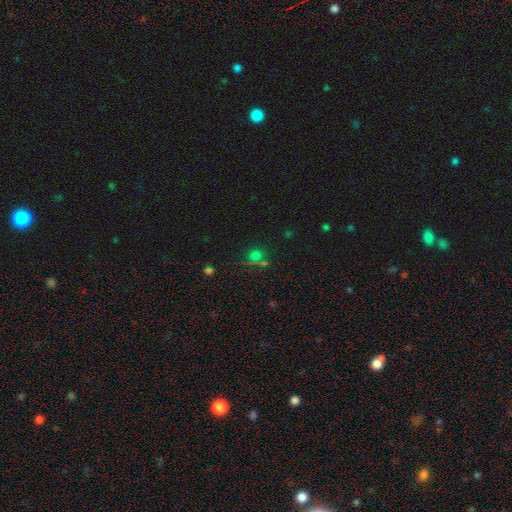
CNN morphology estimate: type=star or artifact (50%).